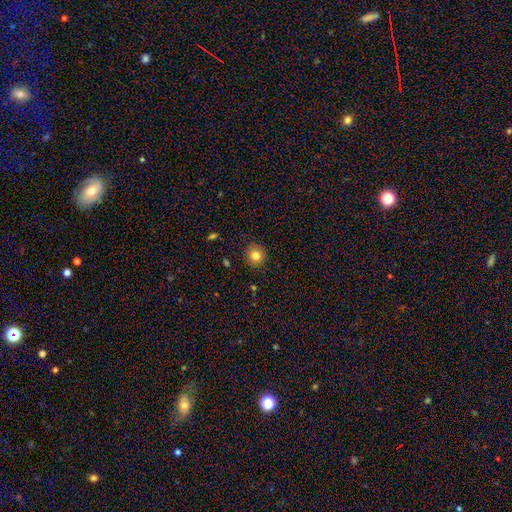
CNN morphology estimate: smooth 81%, star or artifact 12%, featured or disk 8%. Down the decision tree: how rounded — round (92%); merging — none (90%).